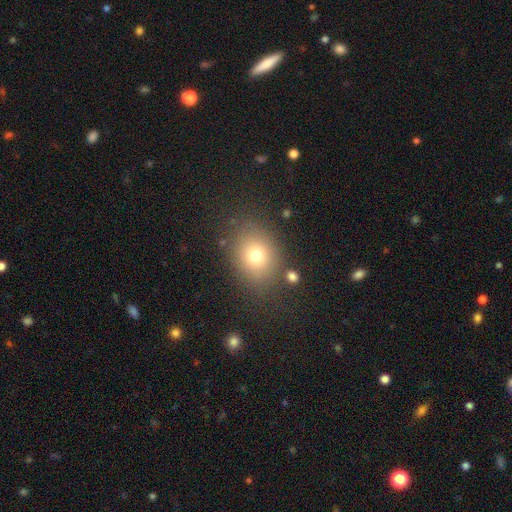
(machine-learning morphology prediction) The model was most divided on "how rounded": round: 55%, in between: 44%, cigar-shaped: 1%. More confident: merging — none (79%); smooth or featured — smooth (72%).